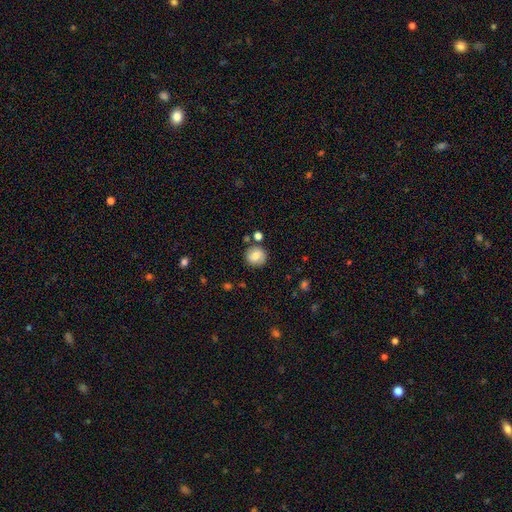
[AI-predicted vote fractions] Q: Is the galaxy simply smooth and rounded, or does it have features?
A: smooth — 72%.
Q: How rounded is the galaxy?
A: round — 89%.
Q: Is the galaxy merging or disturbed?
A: none — 79%.